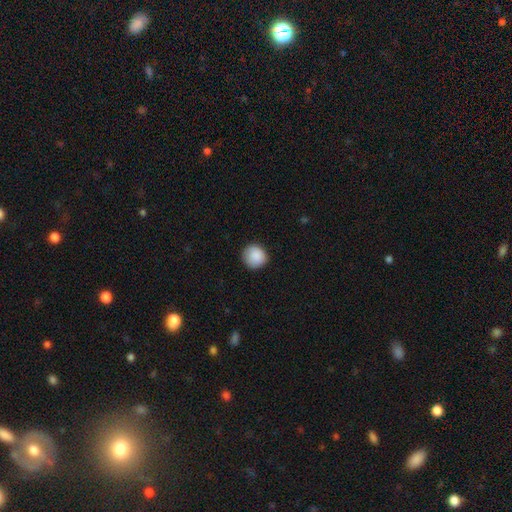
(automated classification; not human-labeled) Smooth or featured? smooth (89%)
How rounded? round (93%)
Merging? none (86%)